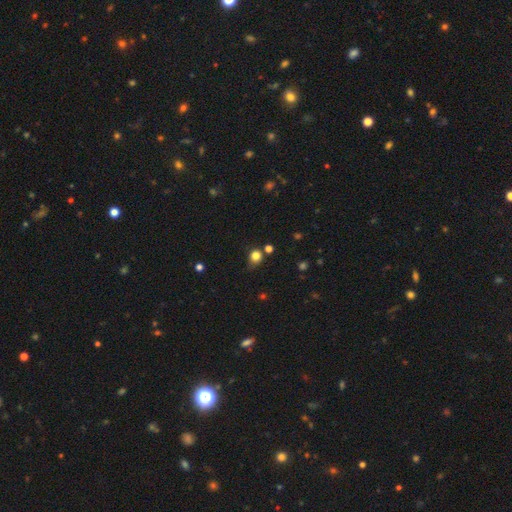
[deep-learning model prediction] The model was most divided on "merging": none: 66%, minor disturbance: 21%, merger: 7%, major disturbance: 6%. More confident: smooth or featured — smooth (81%); how rounded — round (76%).